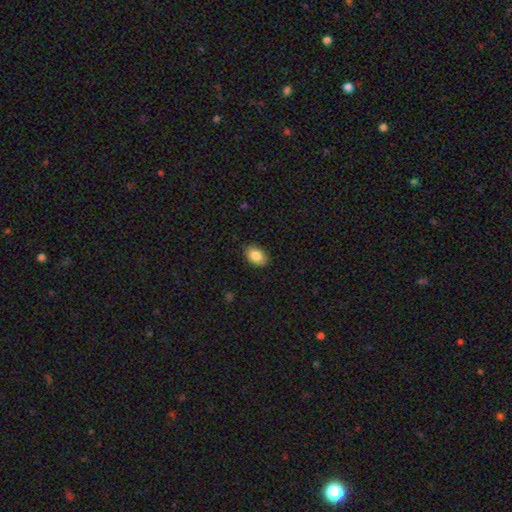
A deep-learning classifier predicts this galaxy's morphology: Smooth or featured? smooth (87%)
How rounded? in between (87%)
Merging? none (88%)